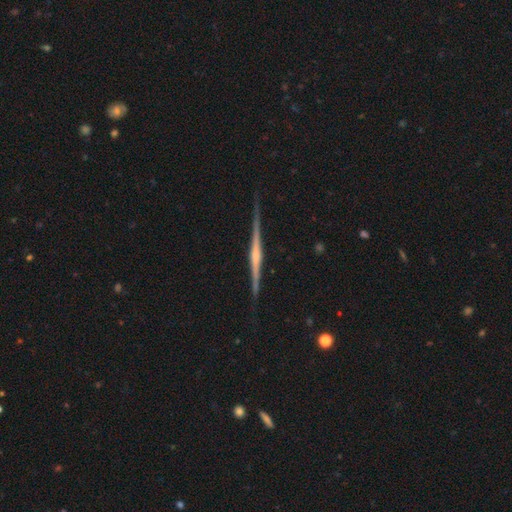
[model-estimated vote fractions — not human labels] A featured or disk galaxy (82%) viewed edge-on (98%) with a rounded central bulge (54%).

Vote fractions:
- Smooth or featured? featured or disk: 82% / smooth: 13% / star or artifact: 5%
- Edge-on disk? yes: 98% / no: 2%
- Edge-on bulge? rounded: 54% / none: 26% / boxy: 20%
- Merging? none: 88% / minor disturbance: 9% / major disturbance: 2% / merger: 1%